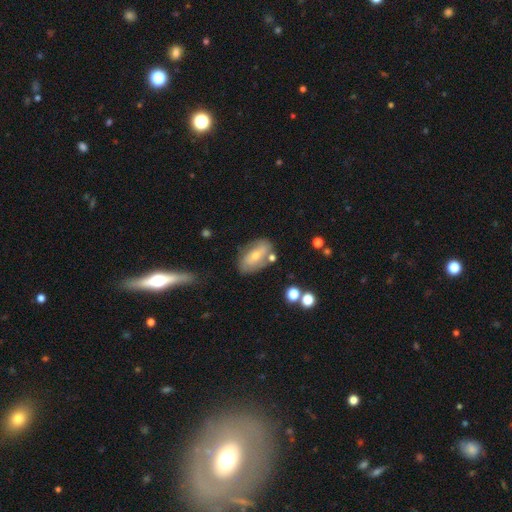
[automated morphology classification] Smooth or featured: smooth — 49% (featured or disk — 44%)
Merging: none — 68% (minor disturbance — 18%)